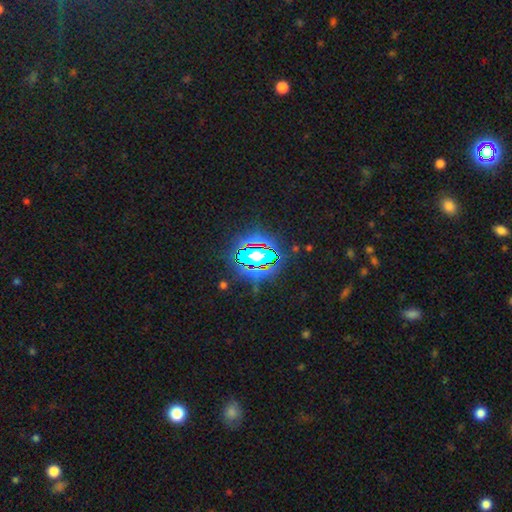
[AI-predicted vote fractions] Smooth or featured? star or artifact (69%)